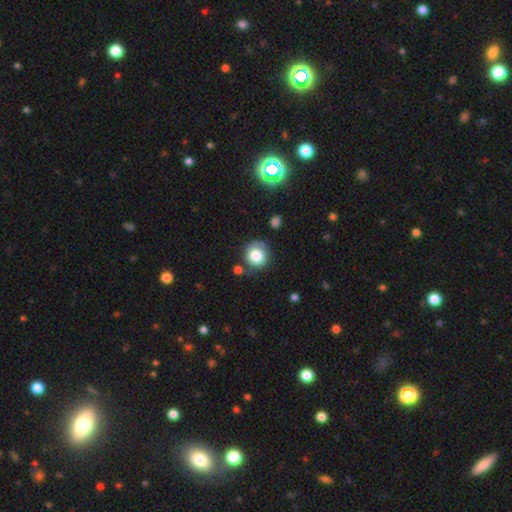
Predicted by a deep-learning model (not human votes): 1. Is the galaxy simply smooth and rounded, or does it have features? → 78% smooth, 12% featured or disk, 9% star or artifact.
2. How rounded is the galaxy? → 88% round, 11% in between, 1% cigar-shaped.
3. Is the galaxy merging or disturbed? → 69% none, 19% minor disturbance, 6% merger, 6% major disturbance.